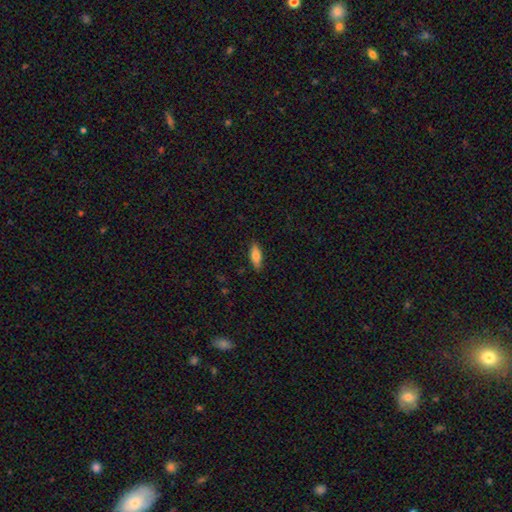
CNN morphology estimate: This appears to be a smooth galaxy with no disk features (76%) that is in between round and cigar-shaped (62%). Merging: none (87%).